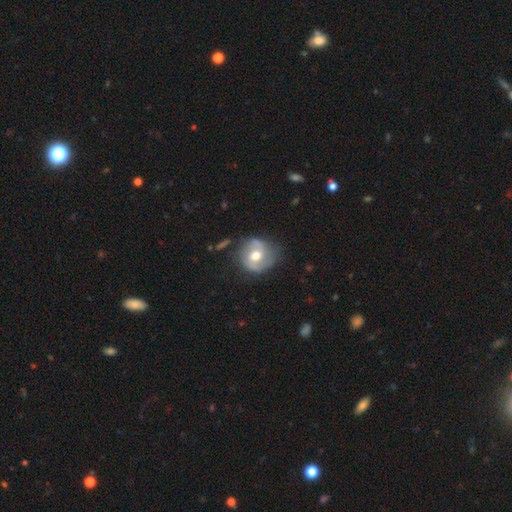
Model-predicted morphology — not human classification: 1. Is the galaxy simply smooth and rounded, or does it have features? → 63% featured or disk, 31% smooth, 7% star or artifact.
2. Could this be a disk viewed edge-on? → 97% no, 3% yes.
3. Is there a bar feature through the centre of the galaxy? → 47% no, 42% weak, 12% strong.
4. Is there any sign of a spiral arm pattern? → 78% yes, 22% no.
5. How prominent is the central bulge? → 69% moderate, 22% large, 7% small, 1% dominant, 1% none.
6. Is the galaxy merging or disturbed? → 71% none, 19% minor disturbance, 7% major disturbance, 2% merger.